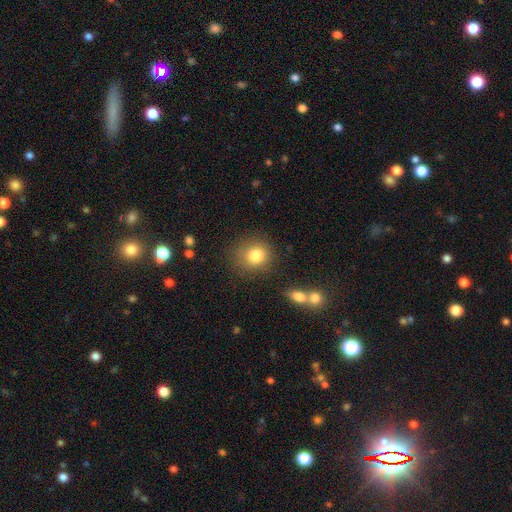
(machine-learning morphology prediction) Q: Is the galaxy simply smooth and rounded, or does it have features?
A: smooth — 81%.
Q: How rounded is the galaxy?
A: round — 80%.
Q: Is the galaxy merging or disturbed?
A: none — 79%.